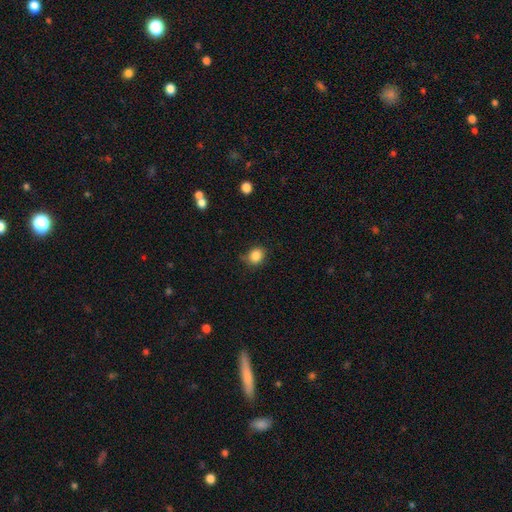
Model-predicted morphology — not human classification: The model was most divided on "how rounded": round: 62%, in between: 37%, cigar-shaped: 1%. More confident: smooth or featured — smooth (85%); merging — none (71%).